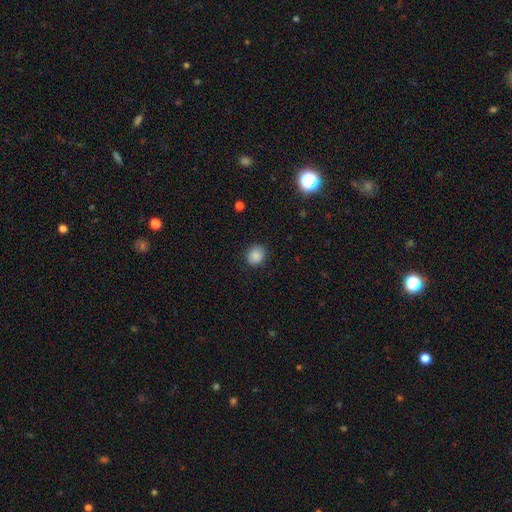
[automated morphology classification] Smooth or featured? Predicted: smooth (p=0.86). How rounded? Predicted: round (p=0.77). Merging? Predicted: none (p=0.87).